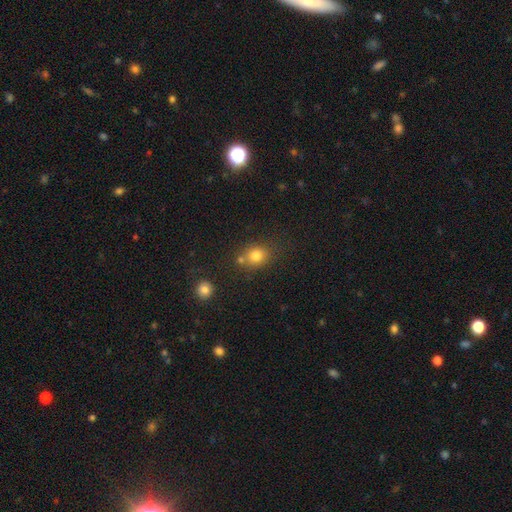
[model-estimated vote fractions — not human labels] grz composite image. It shows a smooth galaxy with no disk features (77%) that is round (68%). Merging: none (65%).